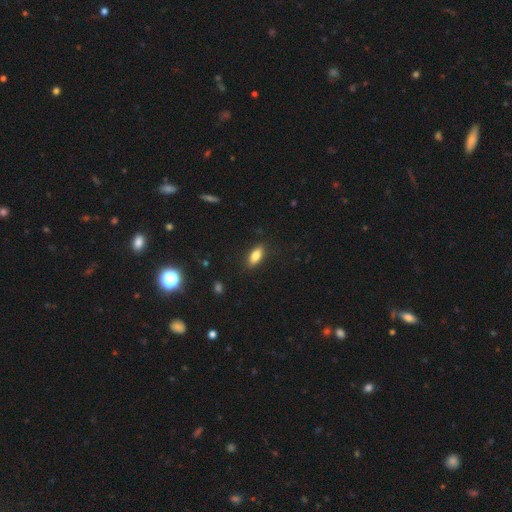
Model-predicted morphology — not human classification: This is clearly a smooth galaxy (82%). How rounded: likely in between (79%). Merging: clearly none (87%).